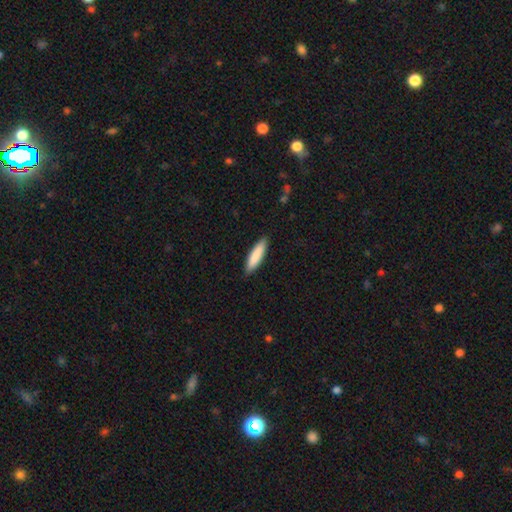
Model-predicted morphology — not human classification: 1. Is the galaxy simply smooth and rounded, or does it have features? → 86% smooth, 9% featured or disk, 5% star or artifact.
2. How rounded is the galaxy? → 70% cigar-shaped, 28% in between, 1% round.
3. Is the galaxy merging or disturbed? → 88% none, 10% minor disturbance, 2% major disturbance, 1% merger.